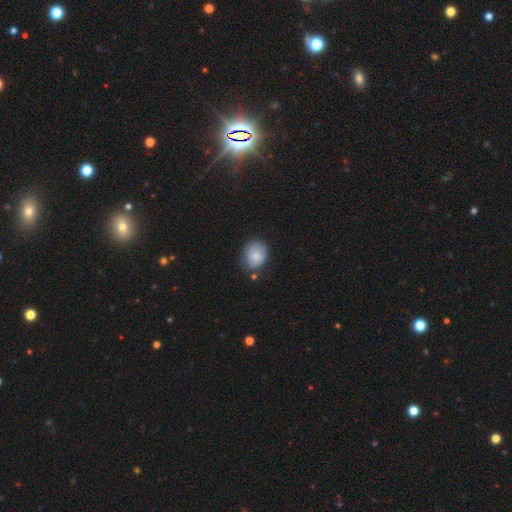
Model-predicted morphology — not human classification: type=smooth (83%); roundness=round (59%); merging=none (66%).